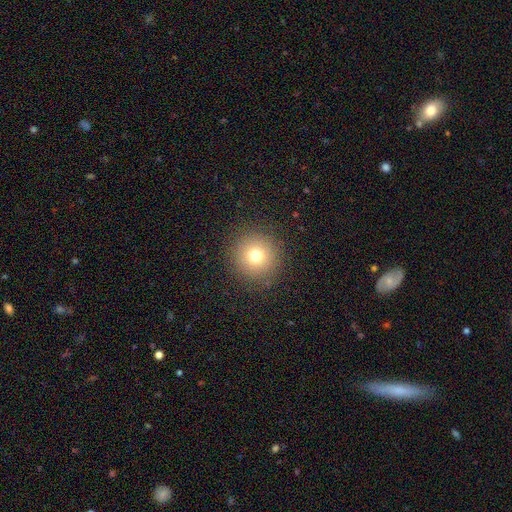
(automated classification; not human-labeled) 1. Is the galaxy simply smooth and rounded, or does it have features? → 74% smooth, 15% star or artifact, 10% featured or disk.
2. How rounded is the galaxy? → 95% round, 4% in between, 1% cigar-shaped.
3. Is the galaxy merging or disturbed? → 90% none, 6% minor disturbance, 3% major disturbance, 1% merger.